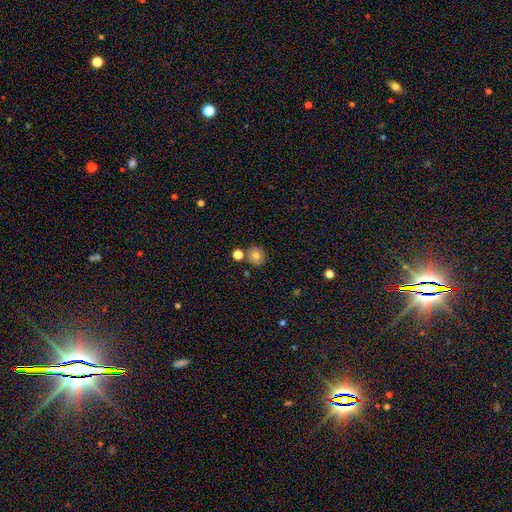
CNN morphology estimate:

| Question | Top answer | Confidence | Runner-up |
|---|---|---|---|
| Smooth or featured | smooth | 76% | featured or disk (12%) |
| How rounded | round | 90% | in between (9%) |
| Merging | none | 75% | merger (13%) |